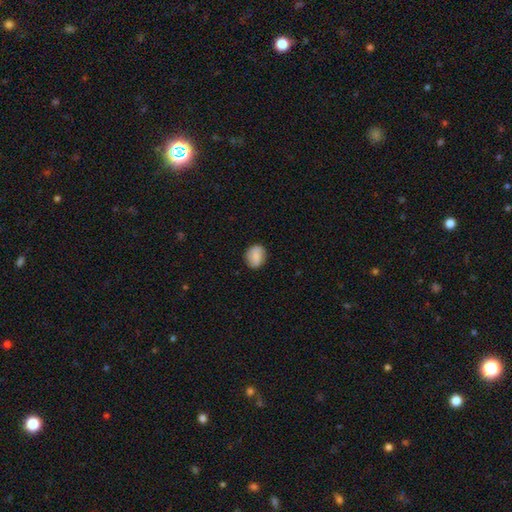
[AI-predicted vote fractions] Q: Smooth or featured?
A: smooth (77%); runner-up: featured or disk (15%)
Q: How rounded?
A: round (60%); runner-up: in between (39%)
Q: Merging?
A: none (84%); runner-up: minor disturbance (12%)